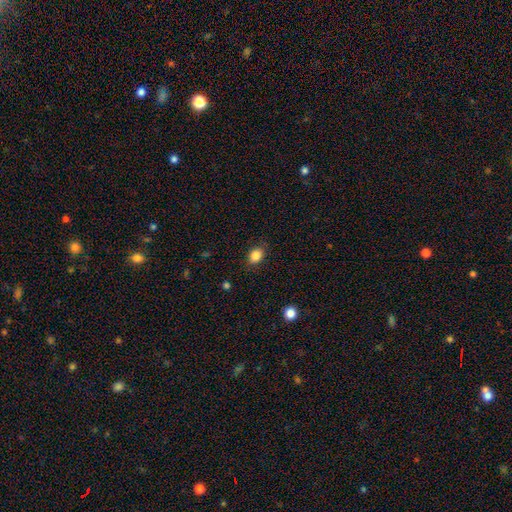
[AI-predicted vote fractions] Overall: smooth (85%). How rounded: in between (66%; round 33%). Merging: none (82%).